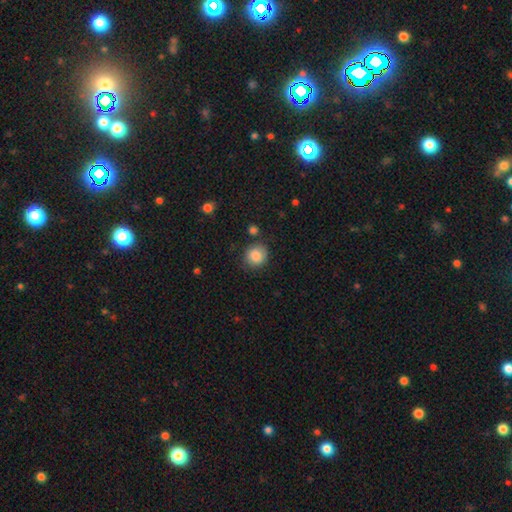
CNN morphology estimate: type=smooth (86%); roundness=round (83%); merging=none (80%).